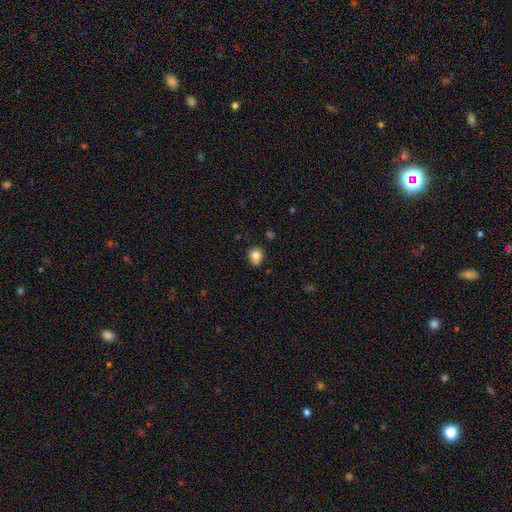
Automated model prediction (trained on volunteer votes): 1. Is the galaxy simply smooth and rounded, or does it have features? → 82% smooth, 11% star or artifact, 7% featured or disk.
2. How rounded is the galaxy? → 66% round, 33% in between, 1% cigar-shaped.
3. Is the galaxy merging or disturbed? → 70% none, 22% minor disturbance, 4% merger, 4% major disturbance.